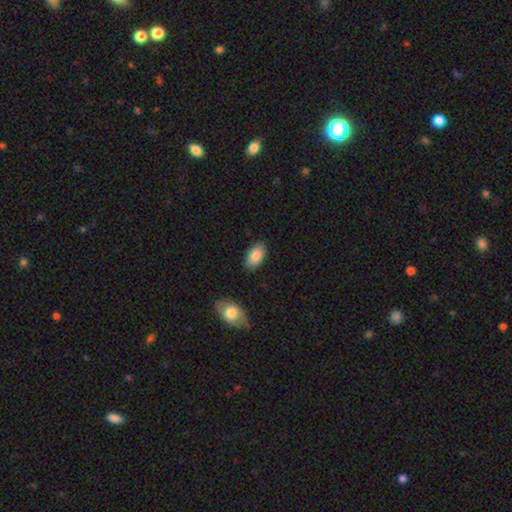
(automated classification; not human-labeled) Smooth or featured: smooth — 85% (featured or disk — 8%)
How rounded: in between — 94% (round — 3%)
Merging: none — 86% (minor disturbance — 10%)